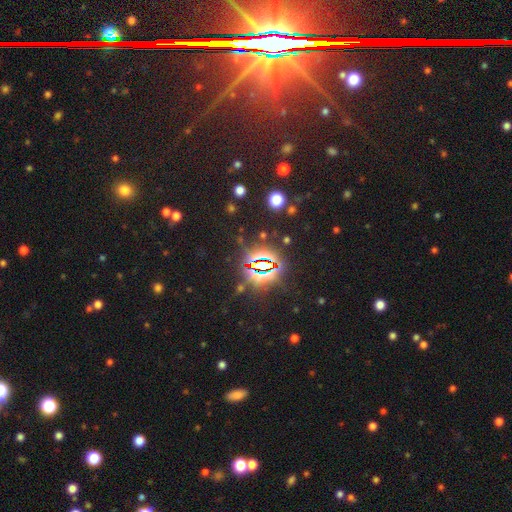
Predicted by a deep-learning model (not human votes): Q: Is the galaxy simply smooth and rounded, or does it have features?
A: star or artifact — 85%.